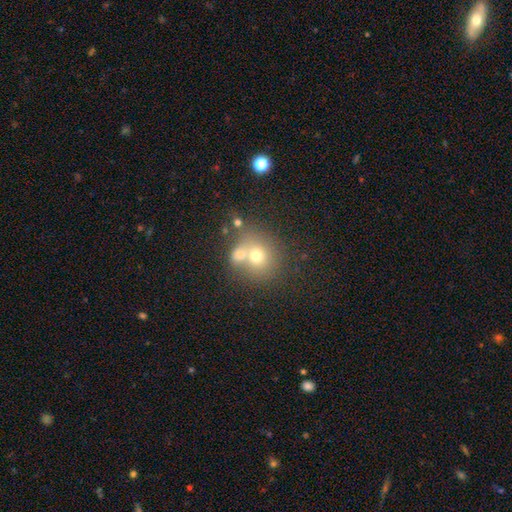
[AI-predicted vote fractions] smooth-or-featured: smooth: 65% | featured or disk: 20% | star or artifact: 15%
  how-rounded: round: 80% | in between: 19% | cigar-shaped: 1%
  merging: merger: 48% | none: 40% | minor disturbance: 8% | major disturbance: 4%